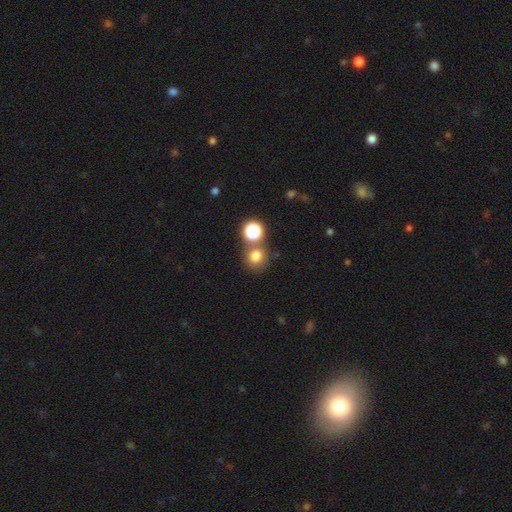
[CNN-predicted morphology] type=smooth (76%); roundness=round (87%); merging=none (68%).